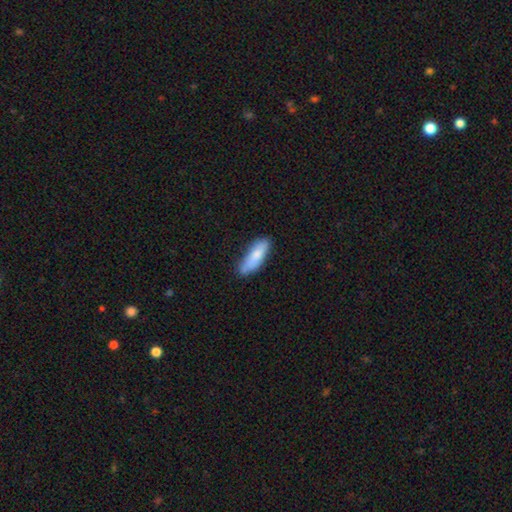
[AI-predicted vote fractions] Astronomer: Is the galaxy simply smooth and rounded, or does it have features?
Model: smooth — 79%.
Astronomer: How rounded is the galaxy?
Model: in between — 56% (runner-up: cigar-shaped, 42%).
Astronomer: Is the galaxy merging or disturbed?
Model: none — 66%.